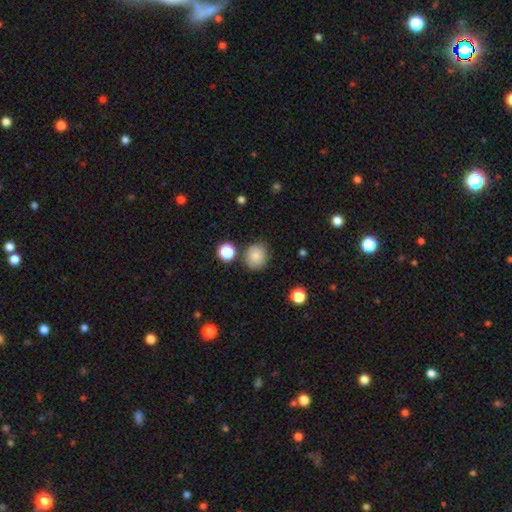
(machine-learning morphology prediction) Overall: smooth (82%). How rounded: round (79%). Merging: none (77%).